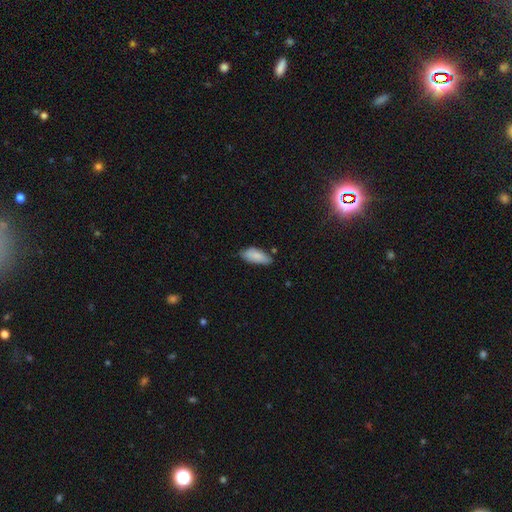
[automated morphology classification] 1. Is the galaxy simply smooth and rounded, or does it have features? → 86% smooth, 7% featured or disk, 6% star or artifact.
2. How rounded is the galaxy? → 84% in between, 15% cigar-shaped, 2% round.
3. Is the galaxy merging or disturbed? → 67% none, 27% minor disturbance, 4% major disturbance, 3% merger.